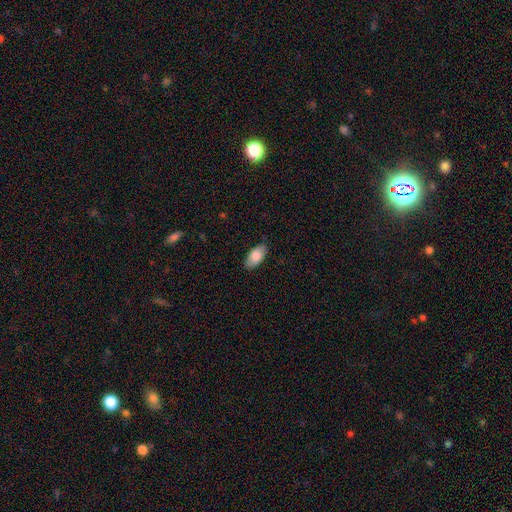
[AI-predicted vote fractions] Q: Smooth or featured?
A: smooth (83%); runner-up: featured or disk (11%)
Q: How rounded?
A: in between (93%); runner-up: cigar-shaped (4%)
Q: Merging?
A: none (85%); runner-up: minor disturbance (12%)